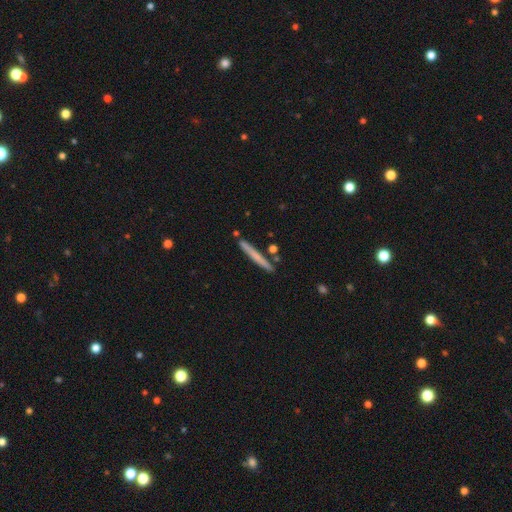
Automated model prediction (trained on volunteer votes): smooth 60%, featured or disk 34%, star or artifact 6%. Down the decision tree: how rounded — cigar-shaped (97%); merging — none (86%).